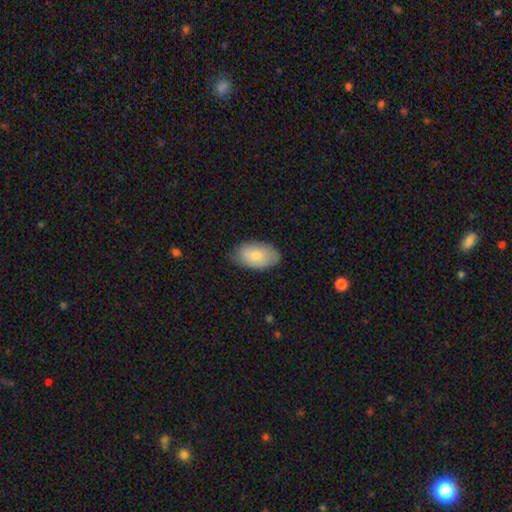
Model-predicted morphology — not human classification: Smooth or featured?
  - smooth: 78% *
  - featured or disk: 16%
  - star or artifact: 6%
How rounded?
  - in between: 94% *
  - round: 4%
  - cigar-shaped: 1%
Merging?
  - none: 76% *
  - minor disturbance: 20%
  - major disturbance: 3%
  - merger: 1%